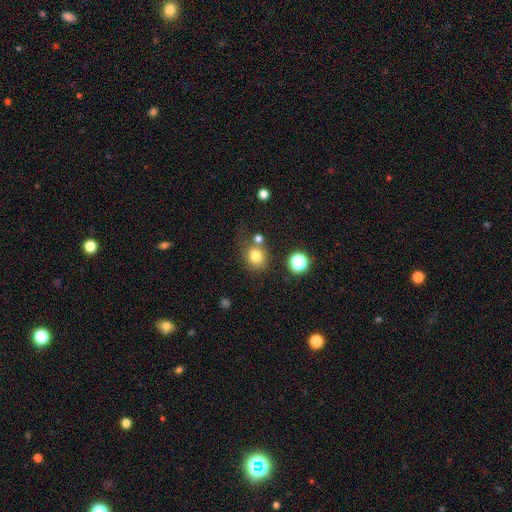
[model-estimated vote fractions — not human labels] smooth 78%, star or artifact 14%, featured or disk 8%. Down the decision tree: how rounded — round (82%); merging — none (67%).